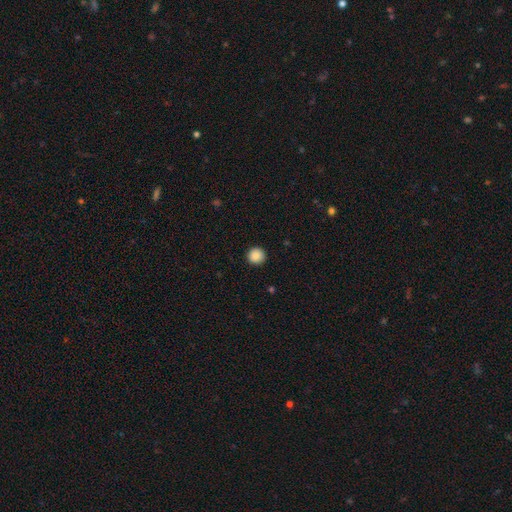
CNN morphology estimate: Smooth or featured: smooth — 88% (star or artifact — 9%)
How rounded: round — 95% (in between — 4%)
Merging: none — 93% (minor disturbance — 5%)